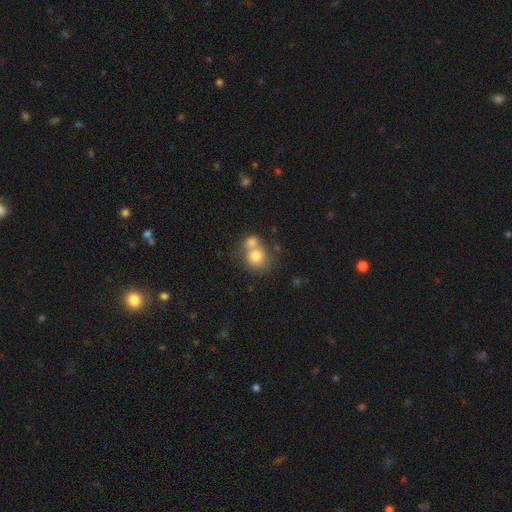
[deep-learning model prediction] This appears to be a smooth galaxy with no disk features (75%) that is round (78%). Merging: merger (52%).